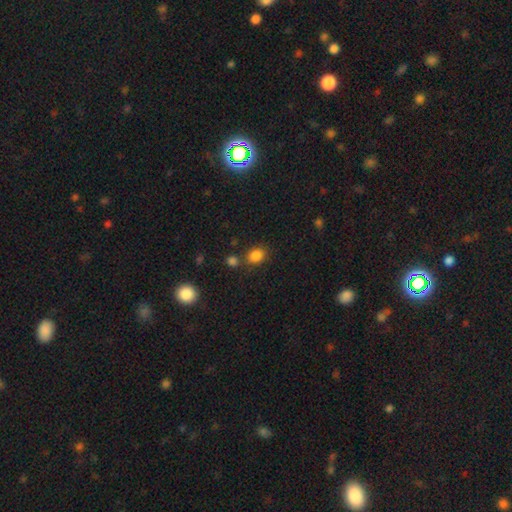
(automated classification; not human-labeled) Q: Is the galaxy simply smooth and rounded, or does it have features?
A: smooth — 84%.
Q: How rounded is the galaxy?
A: in between — 52%.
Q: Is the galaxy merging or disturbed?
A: none — 69%.